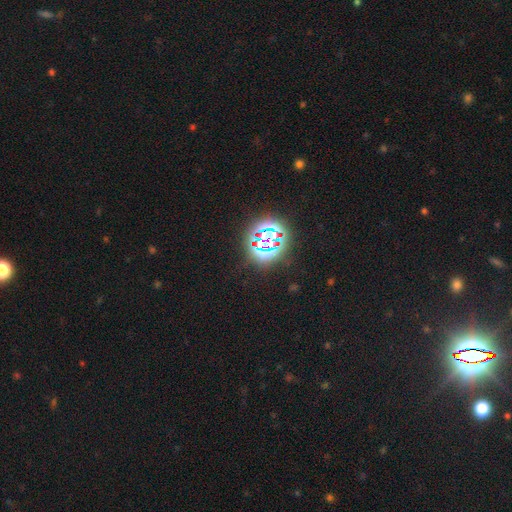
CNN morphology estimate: smooth_or_featured: star or artifact (p=0.79) [alt: smooth p=0.14]